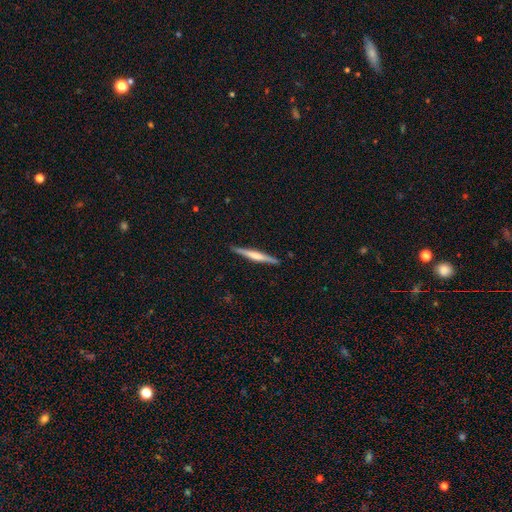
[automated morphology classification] Smooth or featured: featured or disk — 60% (smooth — 35%)
Edge-on disk: yes — 98% (no — 2%)
Edge-on bulge: rounded — 50% (none — 27%)
Merging: none — 90% (minor disturbance — 8%)